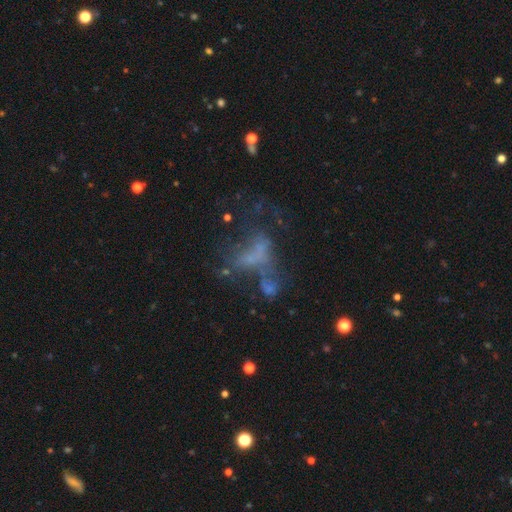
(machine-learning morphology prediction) Overall: featured or disk (46%; smooth 28%). Merging: major disturbance (37%; none 26%).